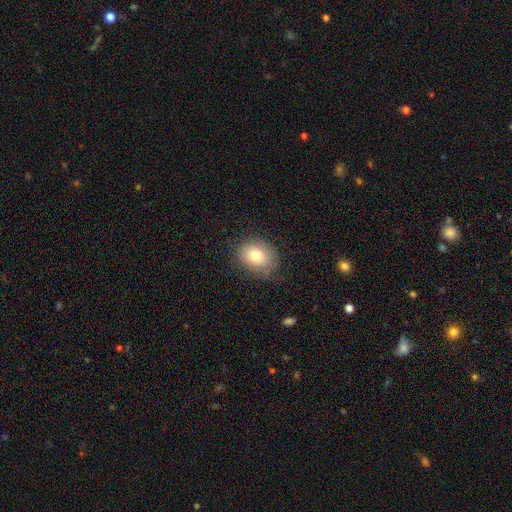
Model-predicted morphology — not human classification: Smooth or featured? Predicted: smooth (p=0.77). How rounded? Predicted: round (p=0.52). Merging? Predicted: none (p=0.73).